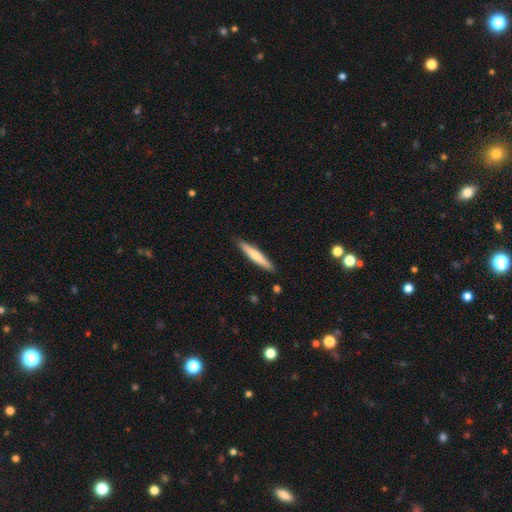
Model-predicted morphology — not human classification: smooth_or_featured: smooth (p=0.64) [alt: featured or disk p=0.31]
how_rounded: cigar-shaped (p=0.93) [alt: in between p=0.06]
merging: none (p=0.89) [alt: minor disturbance p=0.08]